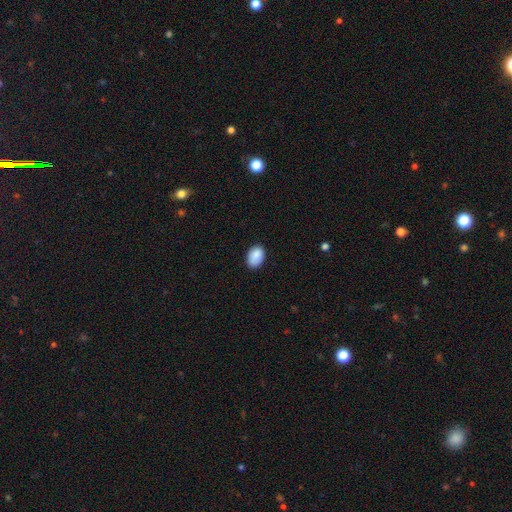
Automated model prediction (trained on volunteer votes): Morphology: type=smooth (88%); roundness=in between (86%); merging=none (81%).